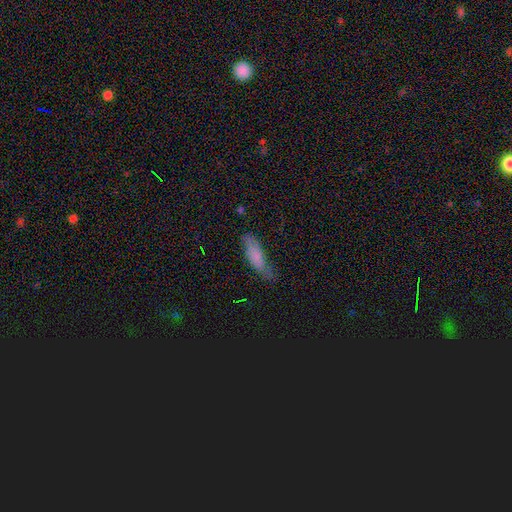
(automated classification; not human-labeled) Smooth or featured? Predicted: smooth (p=0.74). How rounded? Predicted: cigar-shaped (p=0.54). Merging? Predicted: none (p=0.60).